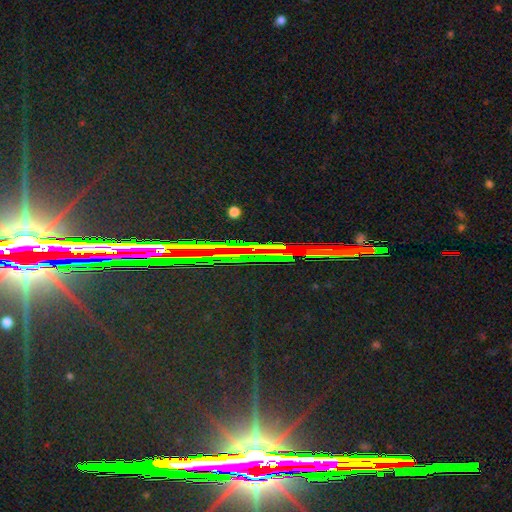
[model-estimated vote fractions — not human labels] Smooth or featured: star or artifact — 85% (featured or disk — 8%)